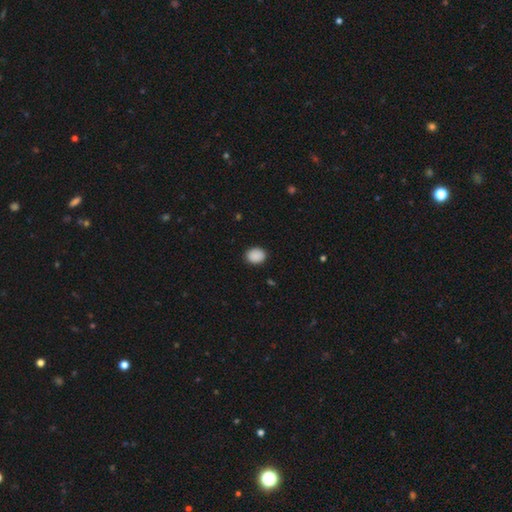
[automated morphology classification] This is clearly a smooth galaxy (90%). How rounded: possibly in between (51%). Merging: clearly none (89%).